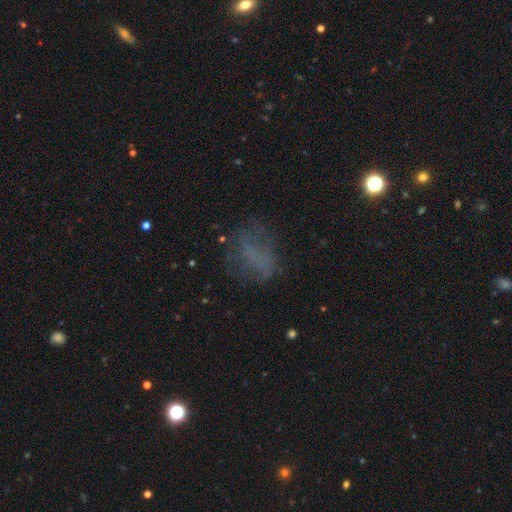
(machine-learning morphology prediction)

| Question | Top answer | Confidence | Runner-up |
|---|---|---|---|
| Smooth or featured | smooth | 48% | featured or disk (28%) |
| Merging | none | 57% | minor disturbance (20%) |